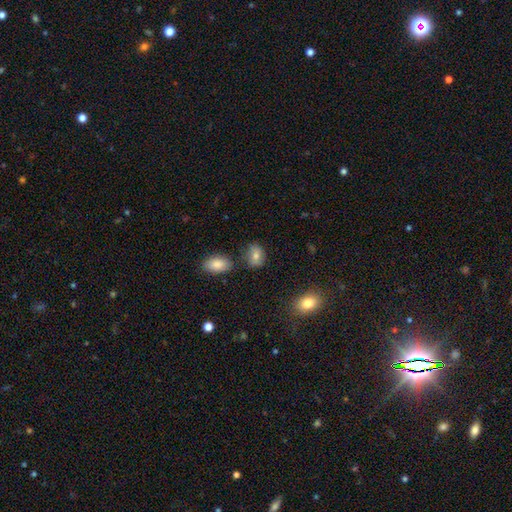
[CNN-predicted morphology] A smooth galaxy with no disk features (72%) that is in between round and cigar-shaped (60%). Merging: none (72%).